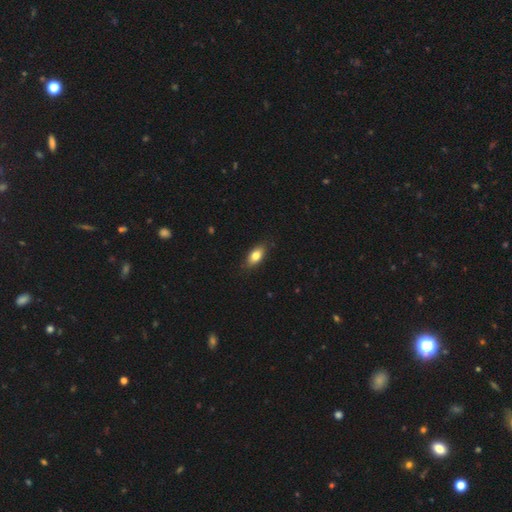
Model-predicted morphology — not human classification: smooth_or_featured: smooth (p=0.81) [alt: featured or disk p=0.12]
how_rounded: in between (p=0.87) [alt: cigar-shaped p=0.08]
merging: none (p=0.85) [alt: minor disturbance p=0.12]